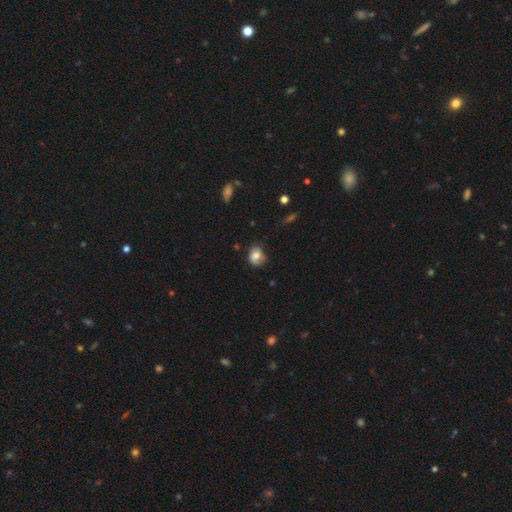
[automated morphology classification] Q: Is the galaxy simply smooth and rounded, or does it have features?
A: smooth — 69%.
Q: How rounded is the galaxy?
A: round — 51%.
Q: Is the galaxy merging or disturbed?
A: none — 51%.